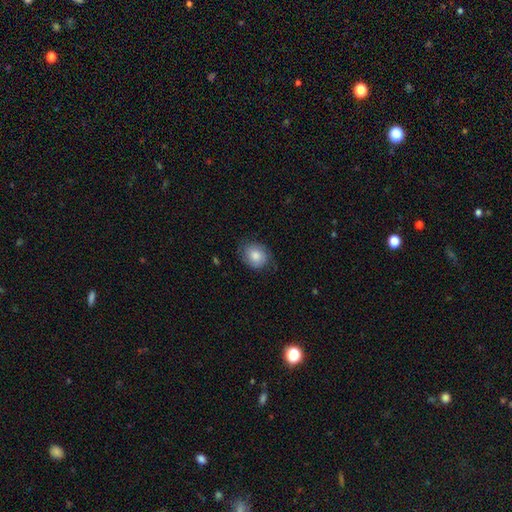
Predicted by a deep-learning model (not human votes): Smooth or featured?
  - smooth: 77% *
  - featured or disk: 16%
  - star or artifact: 7%
How rounded?
  - round: 59% *
  - in between: 40%
  - cigar-shaped: 1%
Merging?
  - none: 73% *
  - minor disturbance: 21%
  - major disturbance: 5%
  - merger: 1%